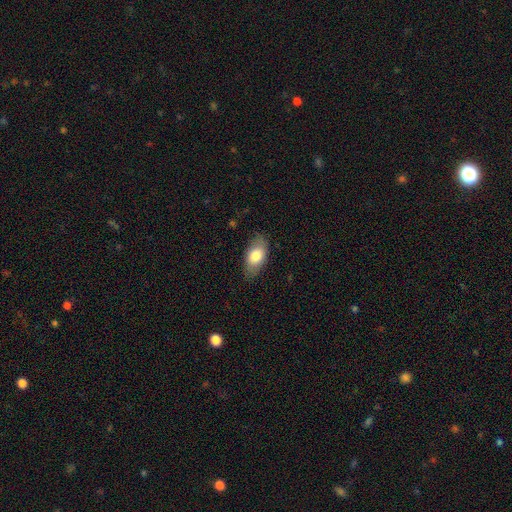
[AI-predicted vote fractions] smooth-or-featured: smooth: 78% | featured or disk: 16% | star or artifact: 6%
  how-rounded: in between: 92% | round: 4% | cigar-shaped: 3%
  merging: none: 81% | minor disturbance: 15% | major disturbance: 4% | merger: 1%